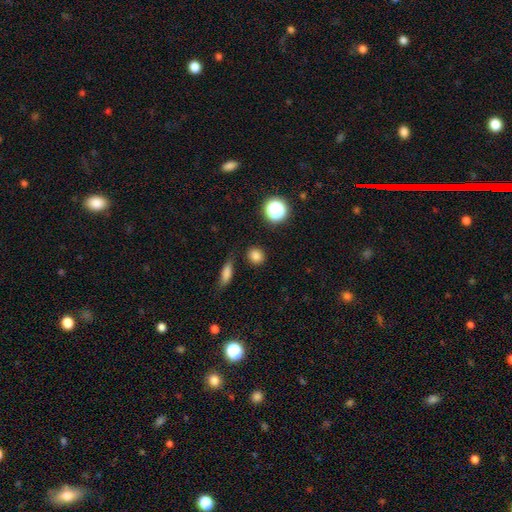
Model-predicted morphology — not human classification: Overall: smooth (82%). How rounded: round (83%). Merging: none (85%).